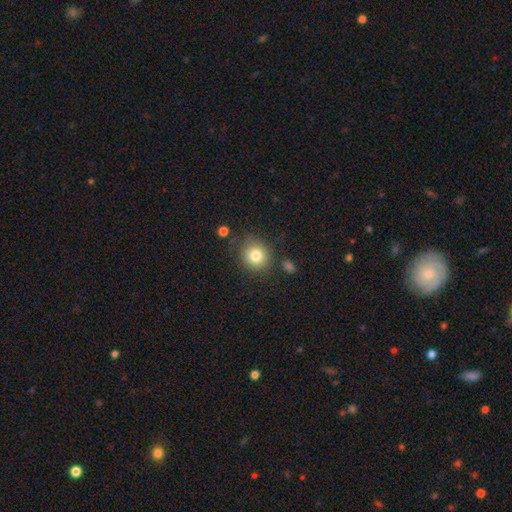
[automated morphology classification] The model was most divided on "smooth or featured": smooth: 80%, star or artifact: 11%, featured or disk: 9%. More confident: how rounded — round (87%); merging — none (82%).